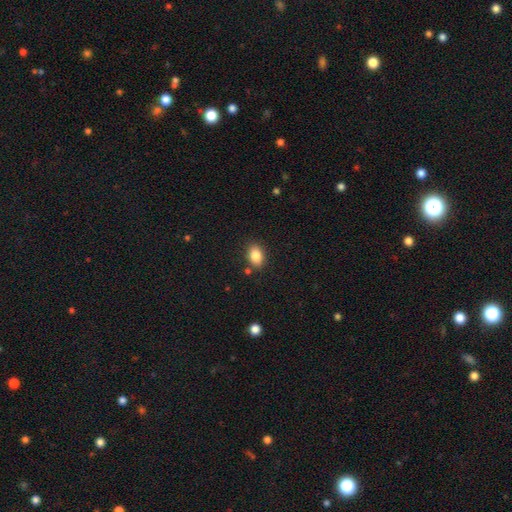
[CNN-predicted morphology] This is clearly a smooth galaxy (85%). How rounded: clearly in between (81%). Merging: clearly none (84%).